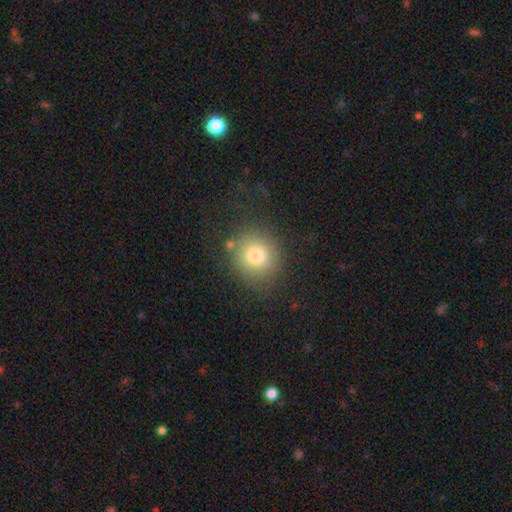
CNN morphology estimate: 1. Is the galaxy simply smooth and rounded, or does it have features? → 78% smooth, 12% star or artifact, 11% featured or disk.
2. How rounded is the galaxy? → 84% round, 15% in between, 1% cigar-shaped.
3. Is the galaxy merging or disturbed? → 80% none, 12% minor disturbance, 6% major disturbance, 3% merger.